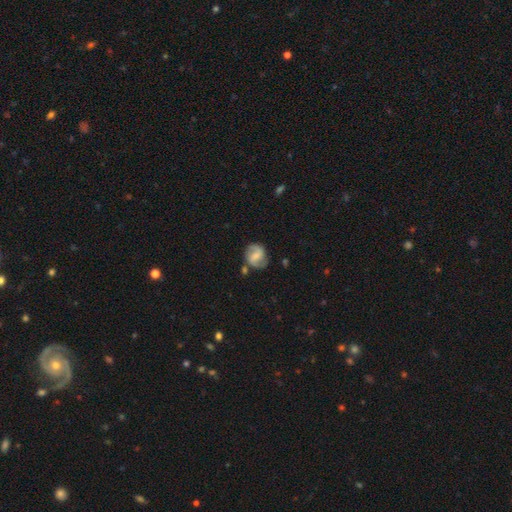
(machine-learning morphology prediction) Smooth or featured? Predicted: featured or disk (p=0.69). Edge-on disk? Predicted: no (p=0.98). Bar? Predicted: weak (p=0.48). Spiral arms? Predicted: yes (p=0.92). Spiral winding? Predicted: medium (p=0.48). Spiral arm count? Predicted: 2 (p=0.88). Bulge size? Predicted: small (p=0.43). Merging? Predicted: none (p=0.70).